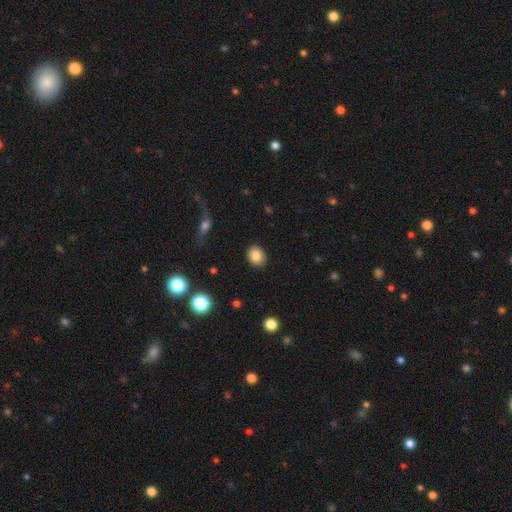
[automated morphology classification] This is clearly a smooth galaxy (83%). How rounded: possibly round (57%). Merging: clearly none (89%).